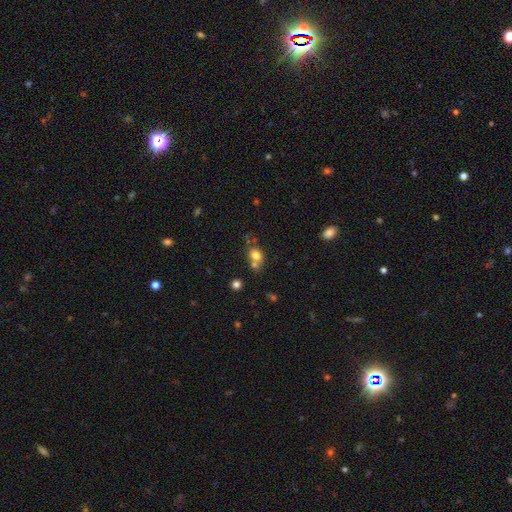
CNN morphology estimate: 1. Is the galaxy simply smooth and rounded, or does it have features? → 75% smooth, 13% star or artifact, 13% featured or disk.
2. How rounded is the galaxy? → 56% round, 42% in between, 1% cigar-shaped.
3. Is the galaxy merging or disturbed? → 44% none, 39% merger, 12% minor disturbance, 5% major disturbance.